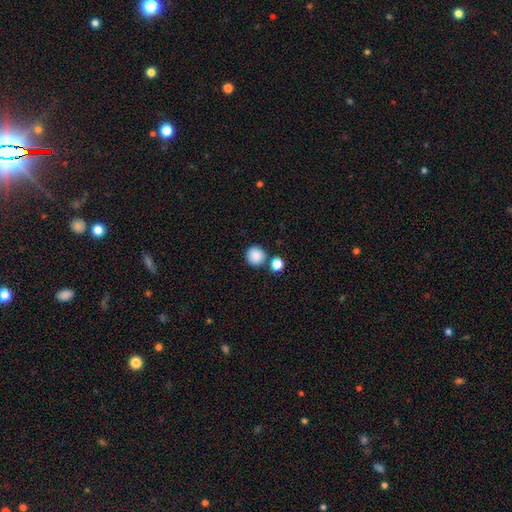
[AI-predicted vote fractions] Smooth or featured? smooth (86%)
How rounded? round (93%)
Merging? none (76%)